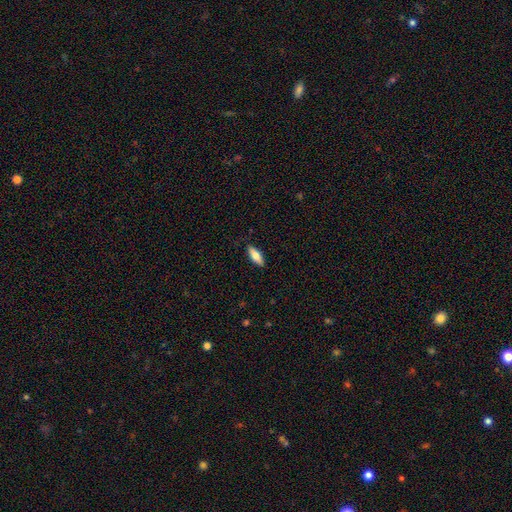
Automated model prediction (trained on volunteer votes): Morphology: type=smooth (70%); roundness=in between (67%); merging=none (87%).